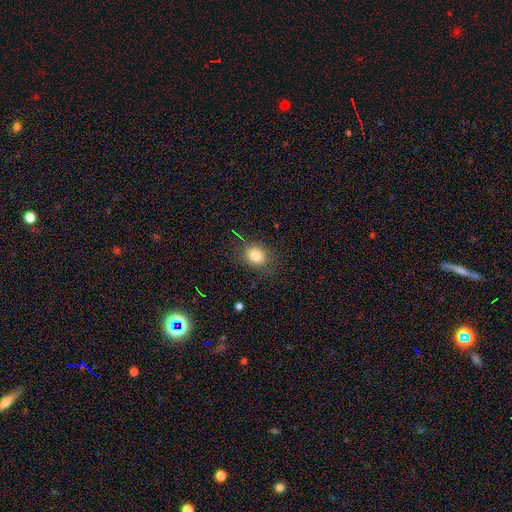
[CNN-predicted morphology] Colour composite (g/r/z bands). It shows a smooth galaxy with no disk features (81%) that is round (54%). Merging: none (81%).